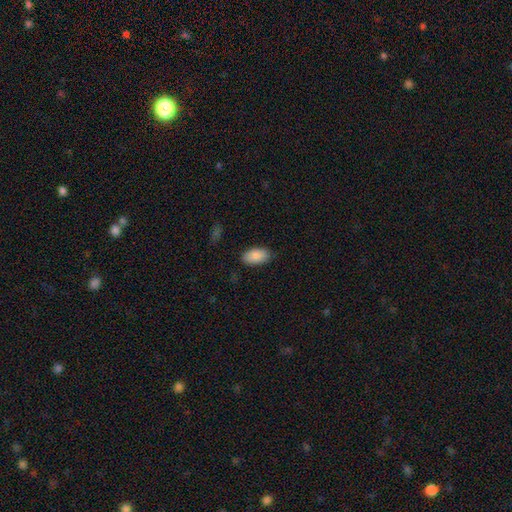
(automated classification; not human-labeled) This is clearly a smooth galaxy (88%). How rounded: clearly in between (95%). Merging: clearly none (85%).